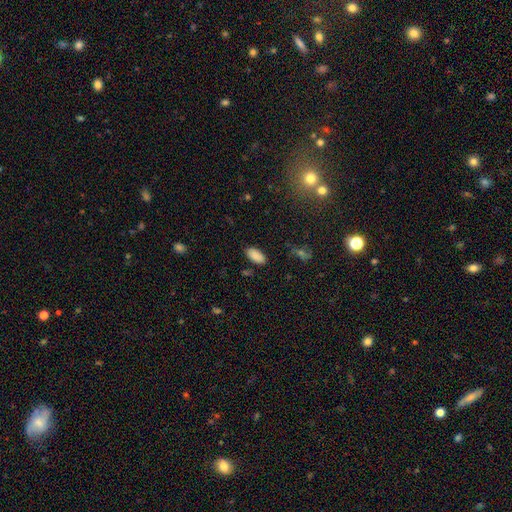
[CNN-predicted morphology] smooth-or-featured: smooth: 88% | star or artifact: 9% | featured or disk: 4%
  how-rounded: in between: 93% | cigar-shaped: 4% | round: 2%
  merging: none: 86% | minor disturbance: 10% | major disturbance: 3% | merger: 2%